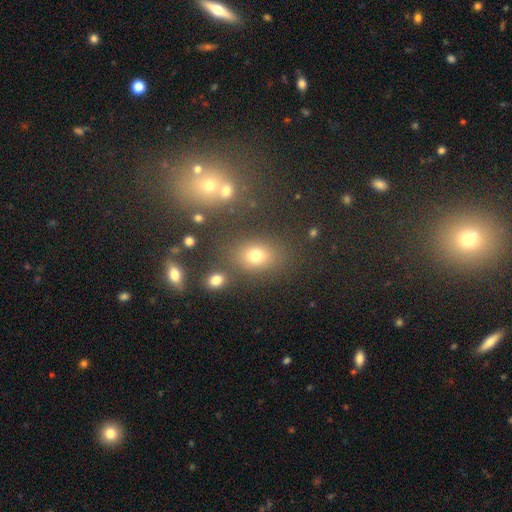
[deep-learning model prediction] The model was most divided on "how rounded": in between: 55%, round: 43%, cigar-shaped: 2%. More confident: merging — none (74%); smooth or featured — smooth (72%).